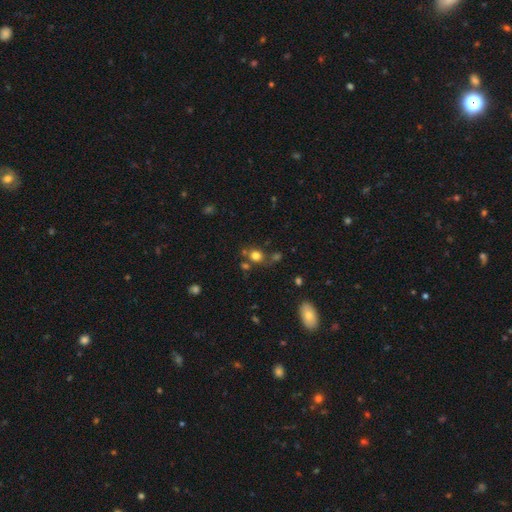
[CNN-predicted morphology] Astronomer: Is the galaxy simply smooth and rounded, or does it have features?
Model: smooth — 75%.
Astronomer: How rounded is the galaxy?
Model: round — 76%.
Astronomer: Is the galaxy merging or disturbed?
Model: none — 64%.